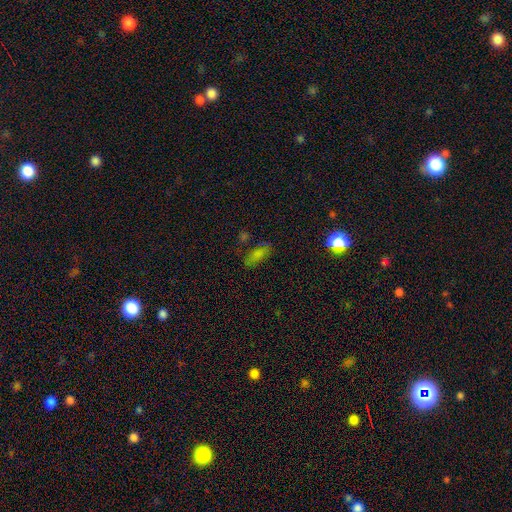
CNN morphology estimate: type=smooth (68%); roundness=in between (80%); merging=none (73%).